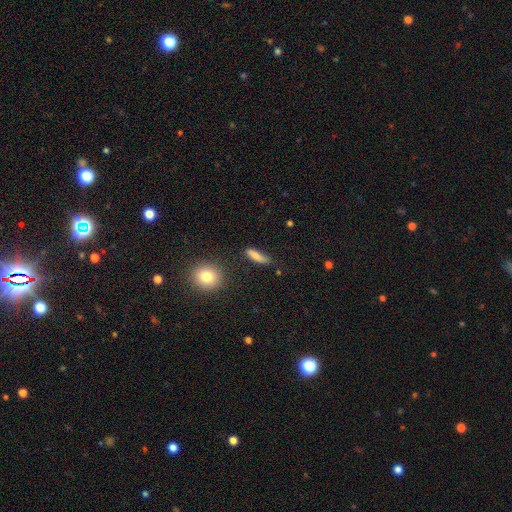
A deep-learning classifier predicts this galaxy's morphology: A smooth galaxy with no disk features (77%) that is cigar-shaped (70%). Merging: none (65%).